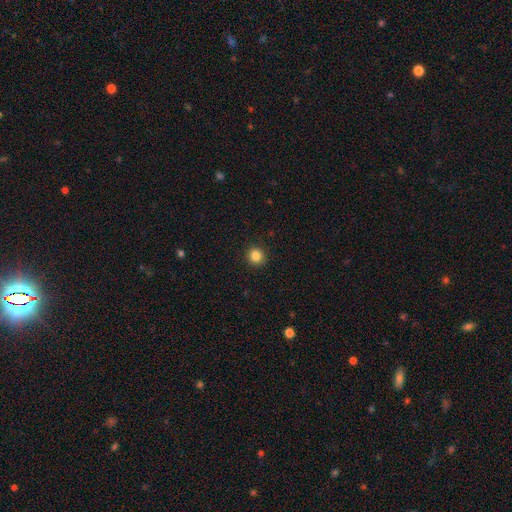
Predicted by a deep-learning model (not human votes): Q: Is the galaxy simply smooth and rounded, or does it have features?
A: smooth — 85%.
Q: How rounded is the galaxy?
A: round — 93%.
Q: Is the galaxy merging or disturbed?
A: none — 92%.